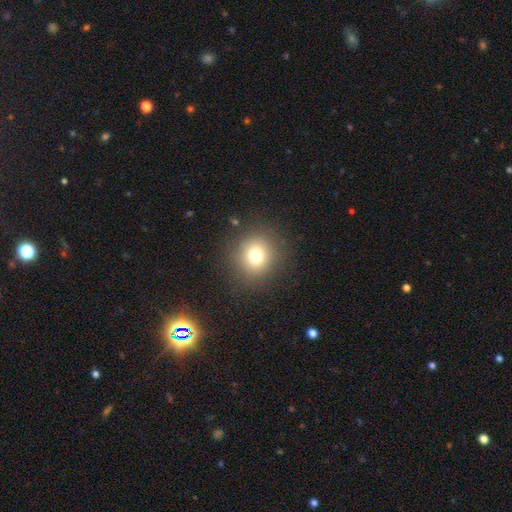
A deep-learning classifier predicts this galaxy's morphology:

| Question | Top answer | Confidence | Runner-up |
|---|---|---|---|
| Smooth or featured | smooth | 75% | star or artifact (15%) |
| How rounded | round | 88% | in between (11%) |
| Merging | none | 87% | minor disturbance (8%) |